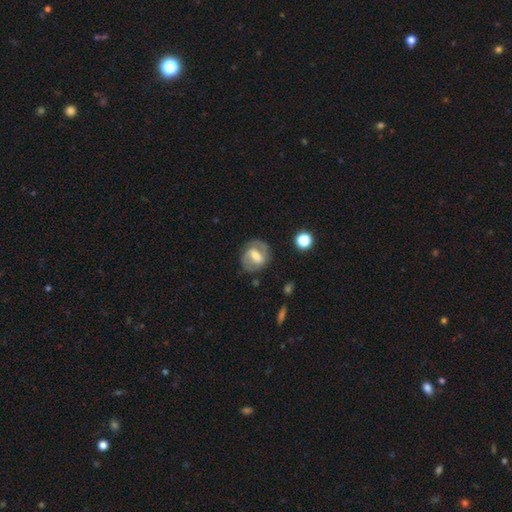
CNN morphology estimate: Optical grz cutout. It shows a featured or disk galaxy (71%) with a strong bar (43%), 2 (81%) medium (46%) spiral arms (83%) and a moderate central bulge (52%). Merging: none (75%).